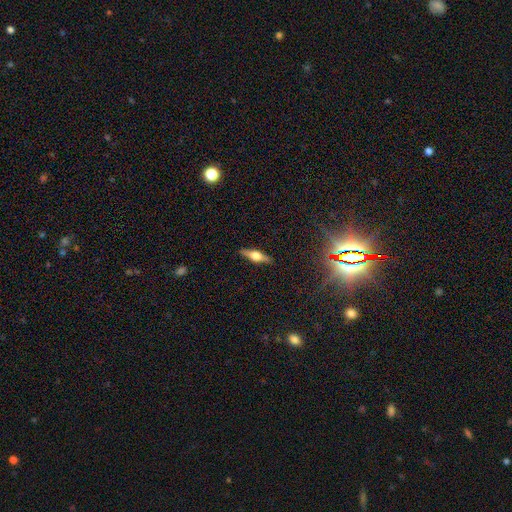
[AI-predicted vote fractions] A featured or disk galaxy (60%) viewed edge-on (95%) with a rounded central bulge (91%).

Vote fractions:
- Smooth or featured? featured or disk: 60% / smooth: 33% / star or artifact: 7%
- Edge-on disk? yes: 95% / no: 5%
- Edge-on bulge? rounded: 91% / boxy: 7% / none: 2%
- Merging? none: 89% / minor disturbance: 8% / major disturbance: 2% / merger: 1%